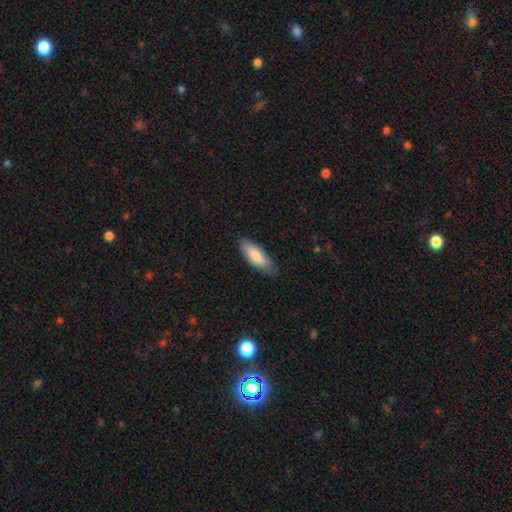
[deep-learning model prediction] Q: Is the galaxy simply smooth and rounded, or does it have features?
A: smooth — 77%.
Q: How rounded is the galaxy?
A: in between — 66%.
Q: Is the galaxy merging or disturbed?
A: none — 80%.